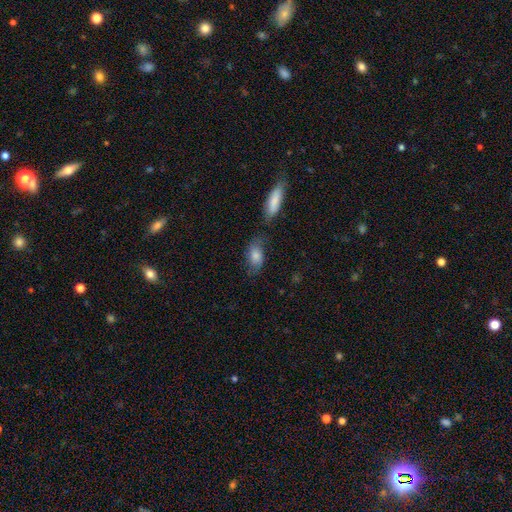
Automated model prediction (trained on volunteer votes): This is likely a smooth galaxy (74%). How rounded: clearly in between (86%). Merging: possibly none (52%).